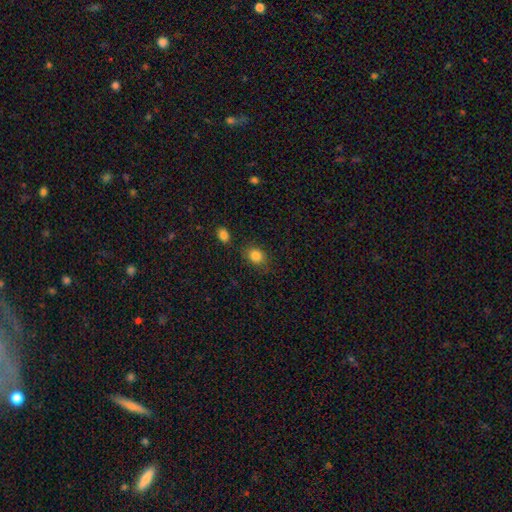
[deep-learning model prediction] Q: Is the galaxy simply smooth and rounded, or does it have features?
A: smooth — 84%.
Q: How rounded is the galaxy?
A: in between — 52%.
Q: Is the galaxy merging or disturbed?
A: none — 73%.